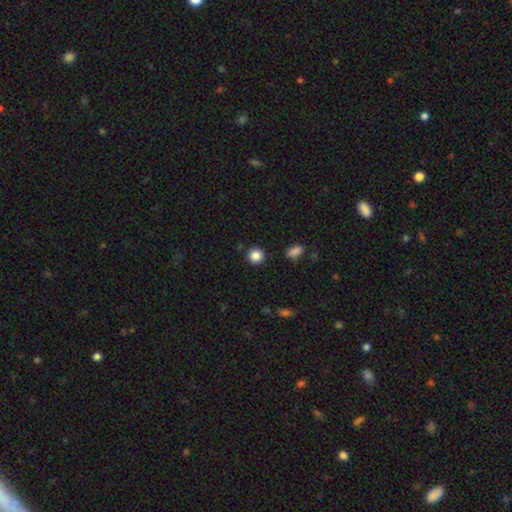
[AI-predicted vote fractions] smooth-or-featured: smooth: 86% | star or artifact: 10% | featured or disk: 4%
  how-rounded: round: 91% | in between: 8% | cigar-shaped: 1%
  merging: none: 90% | minor disturbance: 6% | merger: 2% | major disturbance: 2%